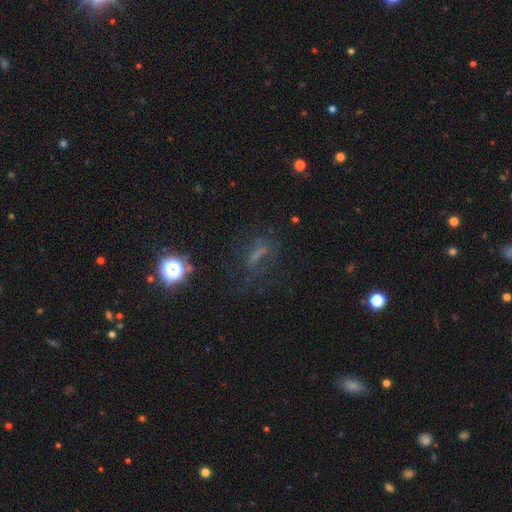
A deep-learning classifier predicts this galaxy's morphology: Q: Smooth or featured?
A: star or artifact (35%); runner-up: smooth (33%)